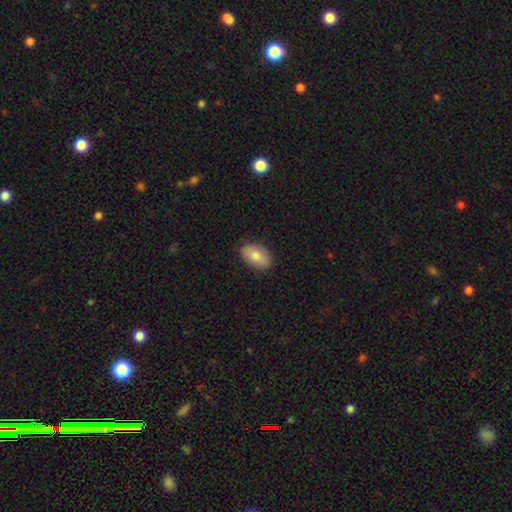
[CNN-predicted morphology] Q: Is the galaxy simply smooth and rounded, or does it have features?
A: smooth — 80%.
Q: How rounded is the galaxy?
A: in between — 91%.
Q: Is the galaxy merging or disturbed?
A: none — 86%.